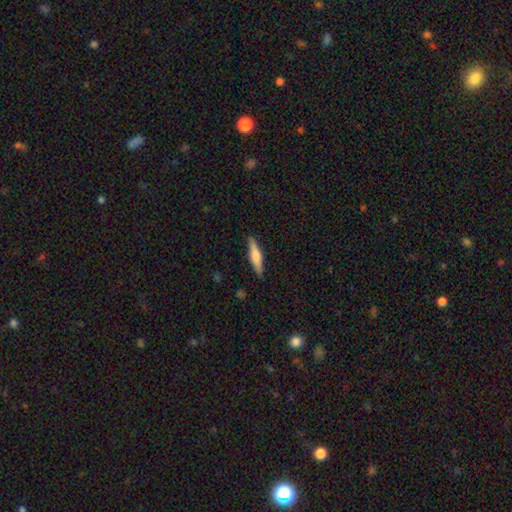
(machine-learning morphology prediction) Smooth or featured? Predicted: smooth (p=0.54). How rounded? Predicted: cigar-shaped (p=0.83). Merging? Predicted: none (p=0.89).